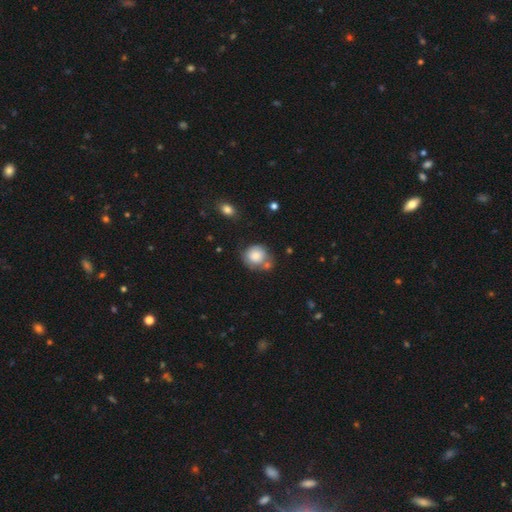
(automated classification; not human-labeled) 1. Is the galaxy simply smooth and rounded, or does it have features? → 80% smooth, 12% featured or disk, 8% star or artifact.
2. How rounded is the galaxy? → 85% round, 14% in between, 1% cigar-shaped.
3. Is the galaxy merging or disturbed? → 52% none, 22% merger, 20% minor disturbance, 7% major disturbance.